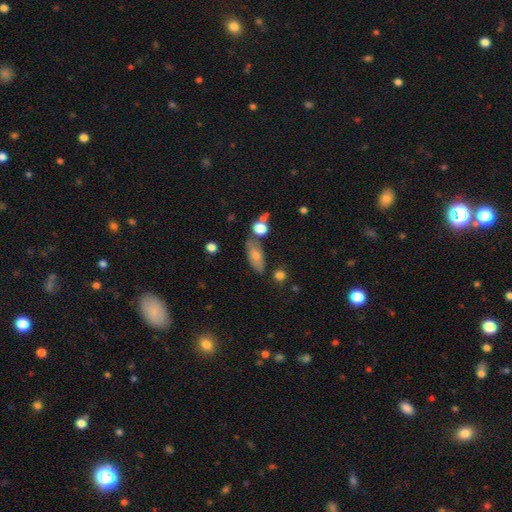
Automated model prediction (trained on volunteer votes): Q: Smooth or featured?
A: smooth (72%); runner-up: featured or disk (20%)
Q: How rounded?
A: in between (78%); runner-up: cigar-shaped (17%)
Q: Merging?
A: none (69%); runner-up: minor disturbance (18%)